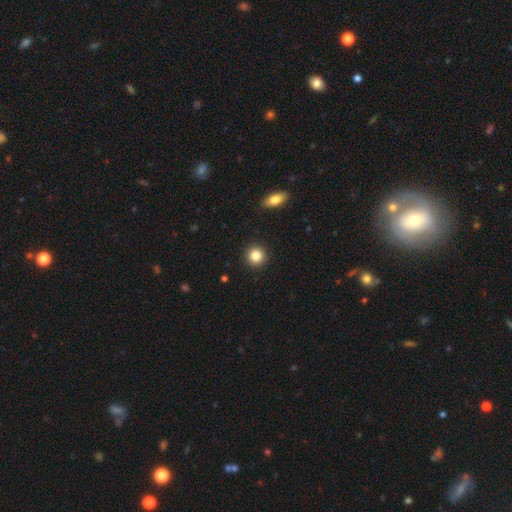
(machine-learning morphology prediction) Smooth or featured? smooth (84%)
How rounded? round (93%)
Merging? none (92%)